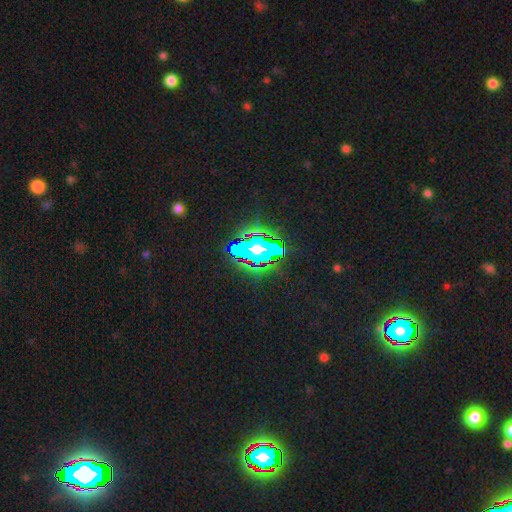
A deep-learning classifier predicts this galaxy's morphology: Overall: star or artifact (66%).